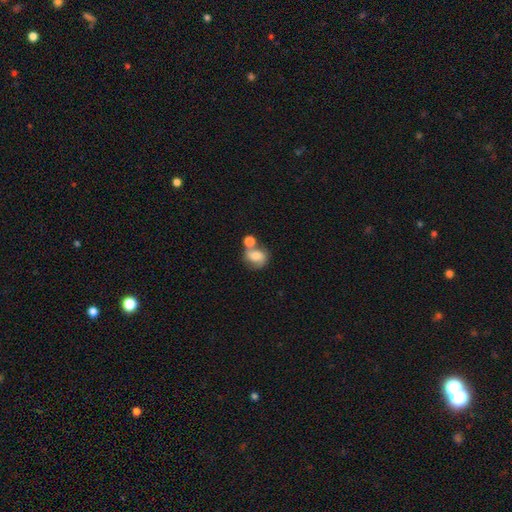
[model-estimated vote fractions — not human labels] Morphology: type=smooth (61%); roundness=round (58%); merging=merger (47%).